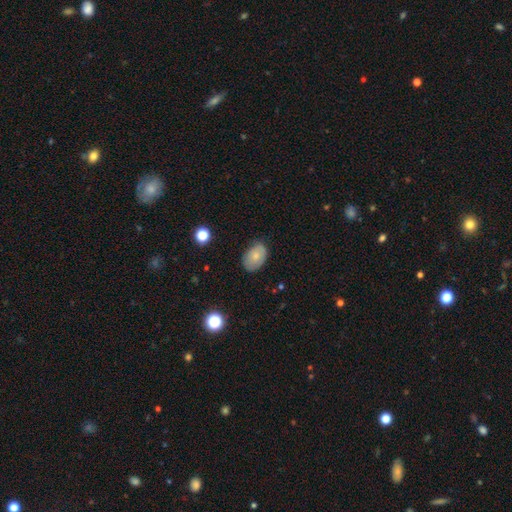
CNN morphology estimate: Overall: smooth (73%). How rounded: in between (84%). Merging: none (75%).